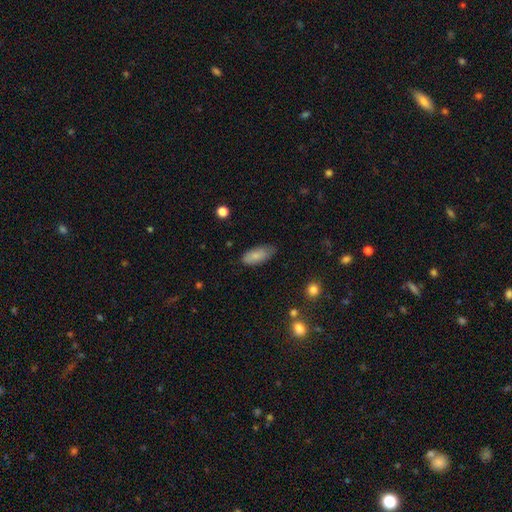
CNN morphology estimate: type=smooth (85%); roundness=in between (83%); merging=none (71%).